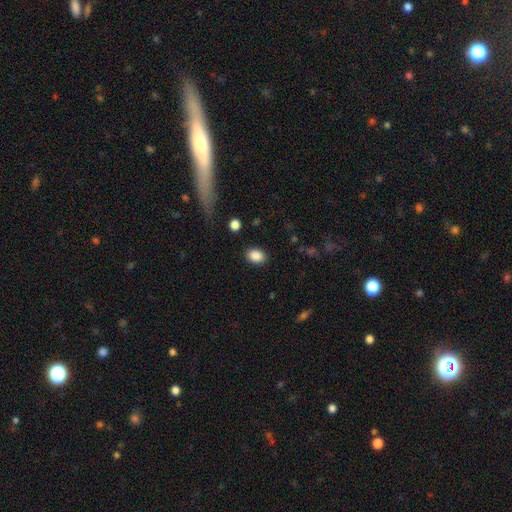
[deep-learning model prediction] Q: Smooth or featured?
A: smooth (88%); runner-up: star or artifact (8%)
Q: How rounded?
A: in between (75%); runner-up: round (24%)
Q: Merging?
A: none (86%); runner-up: minor disturbance (10%)